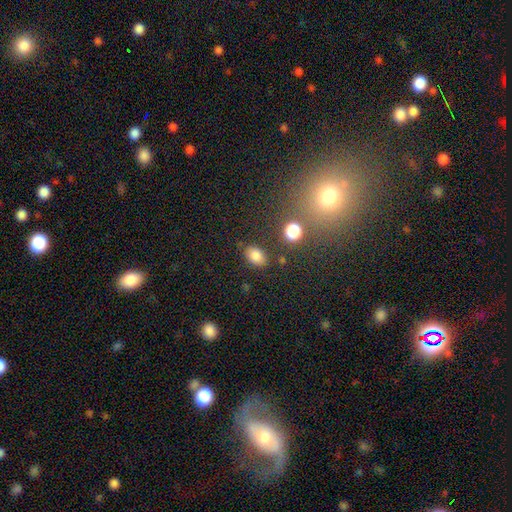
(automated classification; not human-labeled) Smooth or featured?
  - smooth: 82% *
  - star or artifact: 12%
  - featured or disk: 6%
How rounded?
  - in between: 81% *
  - round: 18%
  - cigar-shaped: 1%
Merging?
  - none: 81% *
  - minor disturbance: 12%
  - merger: 4%
  - major disturbance: 4%